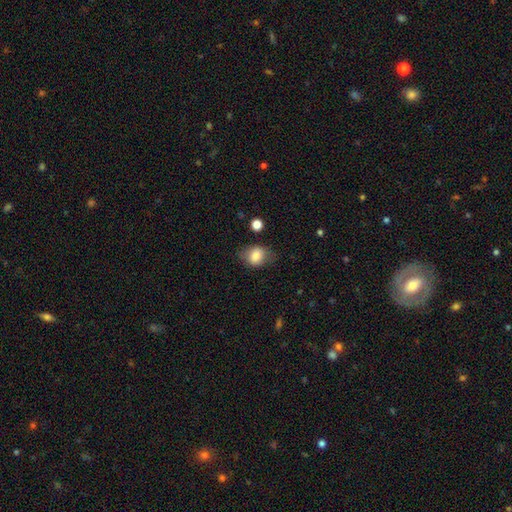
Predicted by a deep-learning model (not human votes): Smooth or featured? Predicted: smooth (p=0.78). How rounded? Predicted: in between (p=0.63). Merging? Predicted: none (p=0.68).